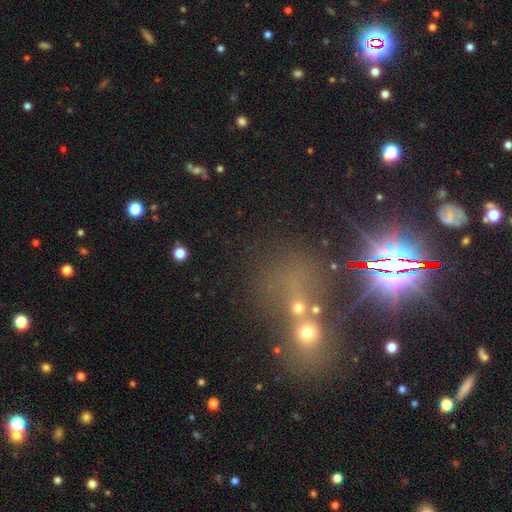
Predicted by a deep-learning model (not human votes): Overall: star or artifact (67%).